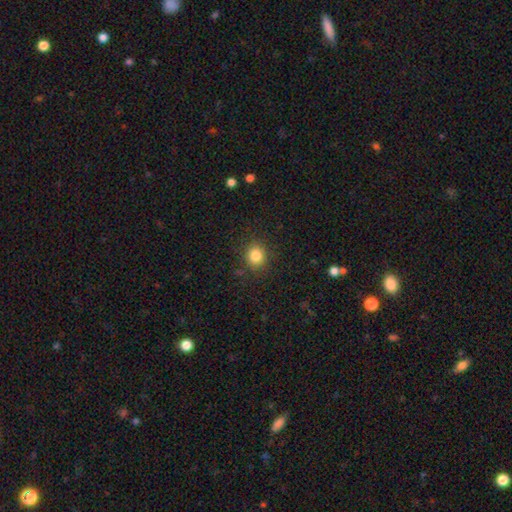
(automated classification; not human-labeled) smooth_or_featured: smooth (p=0.83) [alt: star or artifact p=0.12]
how_rounded: round (p=0.81) [alt: in between p=0.18]
merging: none (p=0.87) [alt: minor disturbance p=0.09]